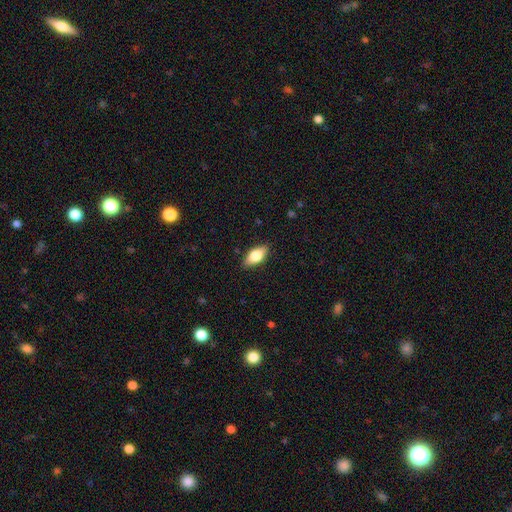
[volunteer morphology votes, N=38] Smooth or featured? smooth (87%)
How rounded? in between (88%)
Merging? none (78%)